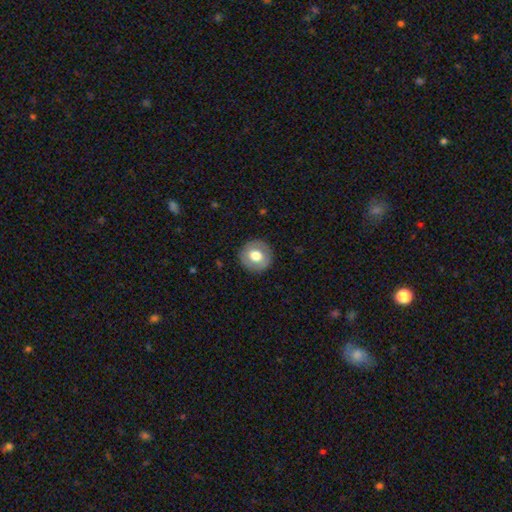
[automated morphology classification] A smooth galaxy with no disk features (67%) that is round (92%). Merging: none (89%).